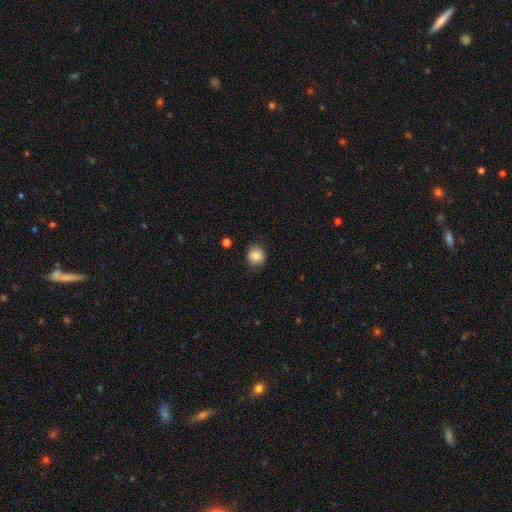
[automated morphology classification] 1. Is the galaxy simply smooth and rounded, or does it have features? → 83% smooth, 9% star or artifact, 7% featured or disk.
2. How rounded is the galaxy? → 86% round, 13% in between, 1% cigar-shaped.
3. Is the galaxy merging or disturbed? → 83% none, 13% minor disturbance, 3% major disturbance, 1% merger.